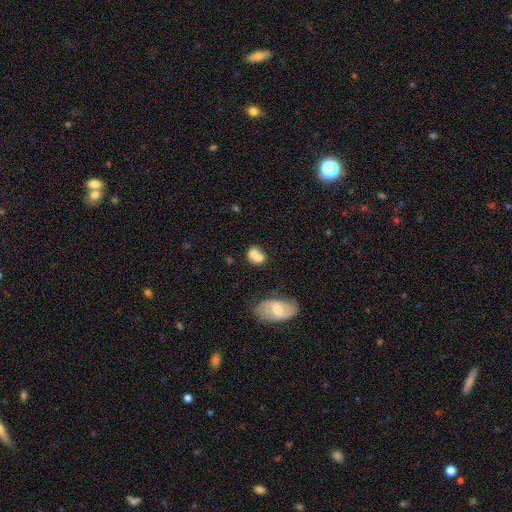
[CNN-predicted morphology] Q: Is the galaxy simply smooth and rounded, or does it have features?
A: smooth — 69%.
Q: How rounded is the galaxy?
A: round — 54%.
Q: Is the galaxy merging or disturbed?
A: merger — 56%.